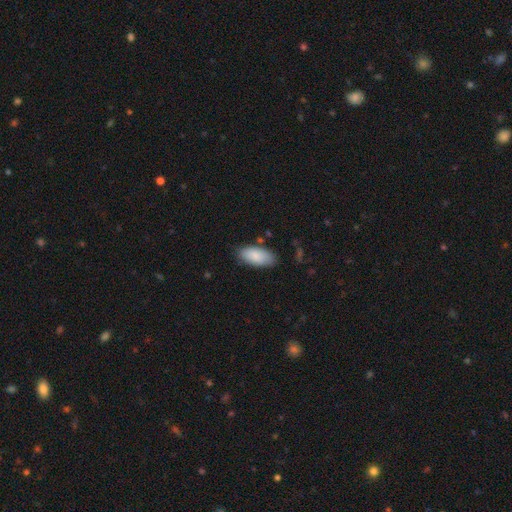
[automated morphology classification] The model was most divided on "merging": none: 79%, minor disturbance: 16%, major disturbance: 3%, merger: 2%. More confident: how rounded — in between (92%); smooth or featured — smooth (86%).